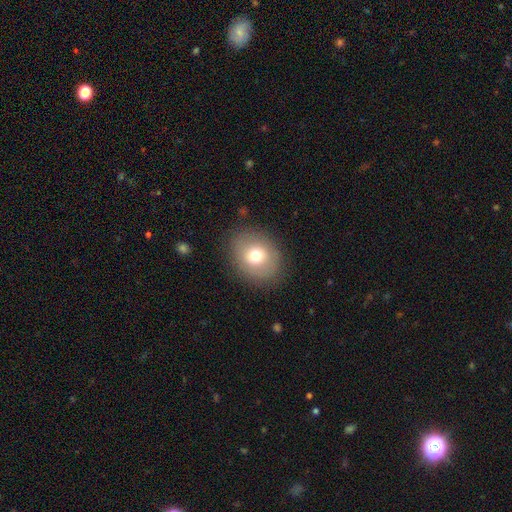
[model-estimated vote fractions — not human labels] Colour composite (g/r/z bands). It shows a smooth galaxy with no disk features (72%) that is round (60%). Merging: none (84%).